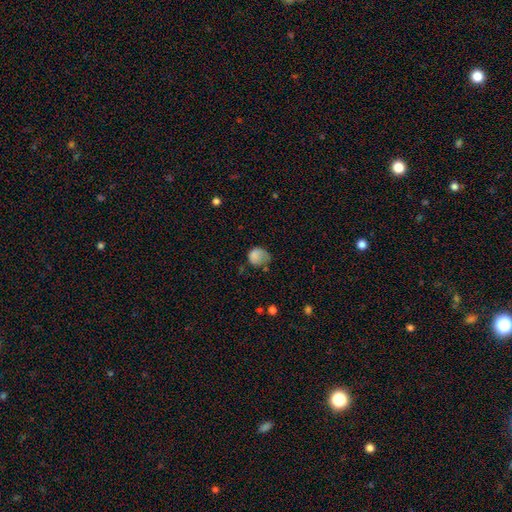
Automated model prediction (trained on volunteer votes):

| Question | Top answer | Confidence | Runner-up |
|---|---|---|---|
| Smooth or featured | smooth | 79% | featured or disk (12%) |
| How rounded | round | 64% | in between (35%) |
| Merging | minor disturbance | 36% | none (35%) |